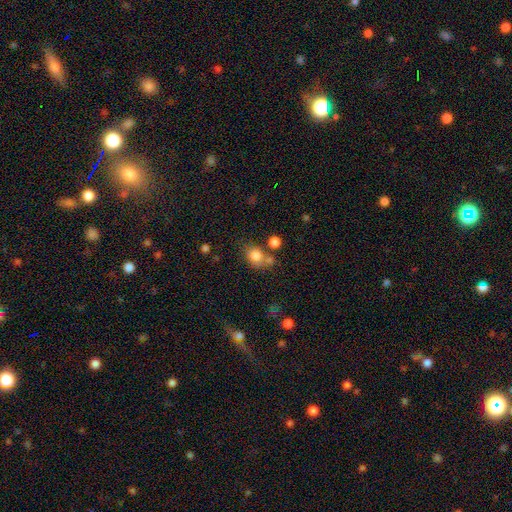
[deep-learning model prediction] smooth_or_featured: smooth (p=0.82) [alt: star or artifact p=0.11]
how_rounded: round (p=0.59) [alt: in between p=0.40]
merging: none (p=0.56) [alt: merger p=0.23]